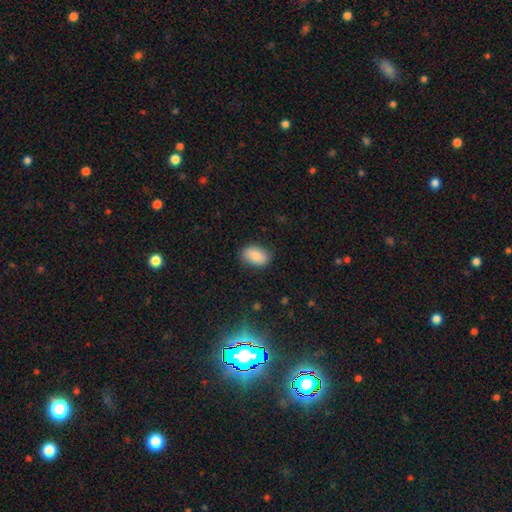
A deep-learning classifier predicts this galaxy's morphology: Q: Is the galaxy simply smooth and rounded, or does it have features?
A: smooth — 82%.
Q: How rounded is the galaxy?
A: in between — 87%.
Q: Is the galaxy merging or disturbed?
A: none — 83%.